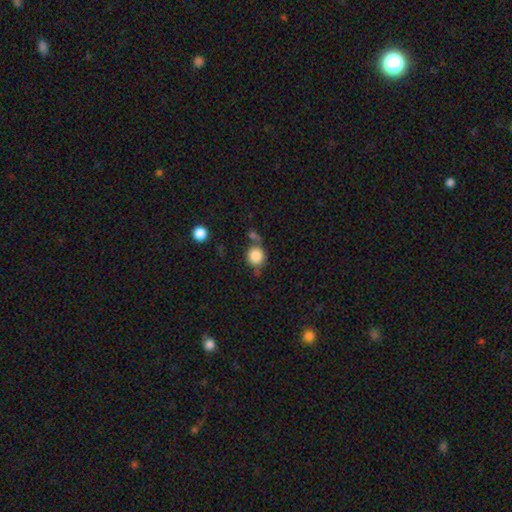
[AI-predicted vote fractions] Overall: smooth (83%). How rounded: round (85%). Merging: none (58%; merger 19%).